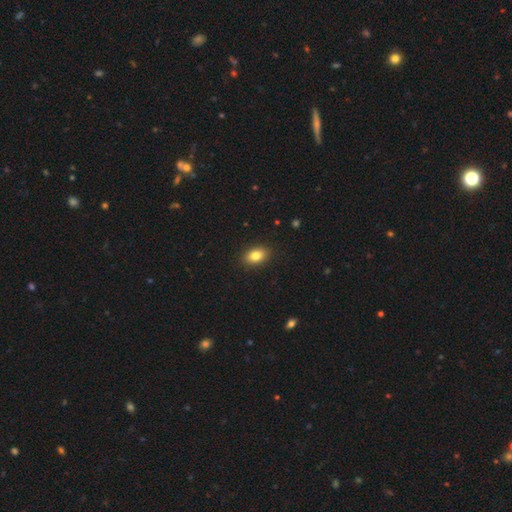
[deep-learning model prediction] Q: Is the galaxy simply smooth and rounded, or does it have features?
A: smooth — 83%.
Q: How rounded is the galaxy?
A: in between — 85%.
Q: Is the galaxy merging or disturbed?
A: none — 90%.